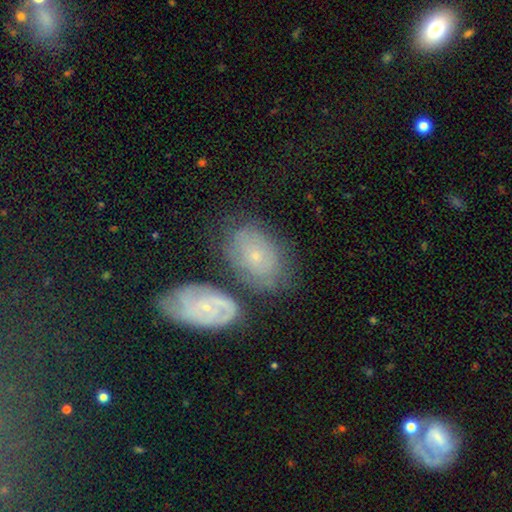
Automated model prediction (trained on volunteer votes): smooth_or_featured: featured or disk (p=0.57) [alt: smooth p=0.35]
disk_edge_on: no (p=0.93) [alt: yes p=0.07]
bar: no (p=0.83) [alt: weak p=0.14]
has_spiral_arms: yes (p=0.74) [alt: no p=0.26]
bulge_size: small (p=0.82) [alt: moderate p=0.14]
merging: none (p=0.53) [alt: merger p=0.21]